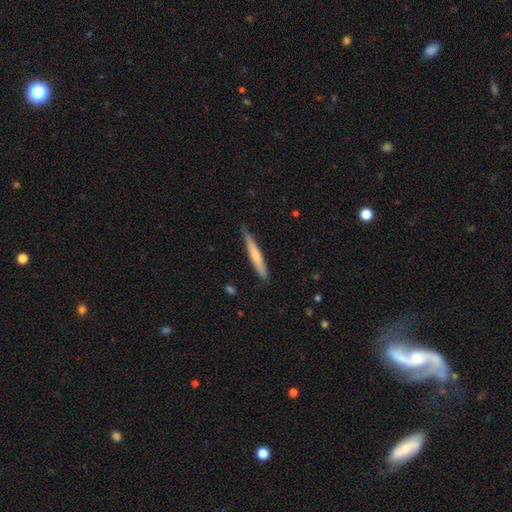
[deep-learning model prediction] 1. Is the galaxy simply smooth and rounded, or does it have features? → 58% smooth, 37% featured or disk, 5% star or artifact.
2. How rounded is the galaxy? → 95% cigar-shaped, 4% in between, 1% round.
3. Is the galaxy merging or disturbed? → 84% none, 13% minor disturbance, 2% major disturbance, 1% merger.